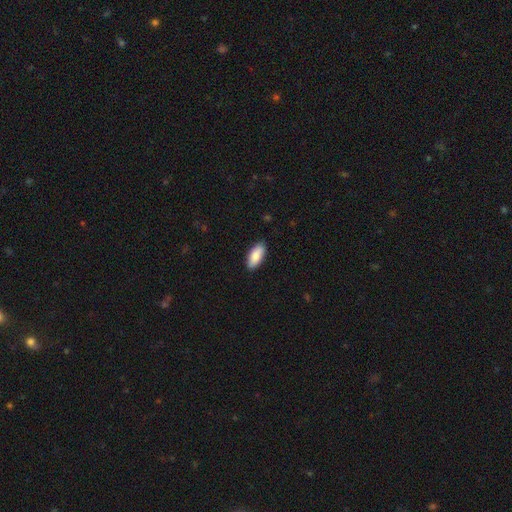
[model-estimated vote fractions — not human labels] This appears to be a smooth galaxy with no disk features (84%) that is in between round and cigar-shaped (86%). Merging: none (88%).